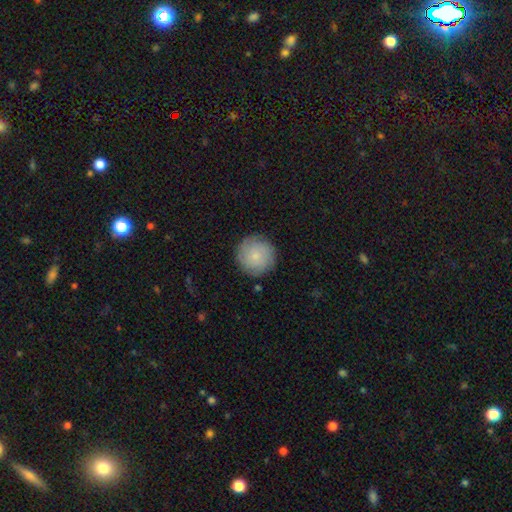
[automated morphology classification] A smooth galaxy with no disk features (75%) that is round (96%).

Vote fractions:
- Smooth or featured? smooth: 75% / featured or disk: 19% / star or artifact: 7%
- How rounded? round: 96% / in between: 3% / cigar-shaped: 1%
- Merging? none: 87% / minor disturbance: 10% / major disturbance: 3% / merger: 1%